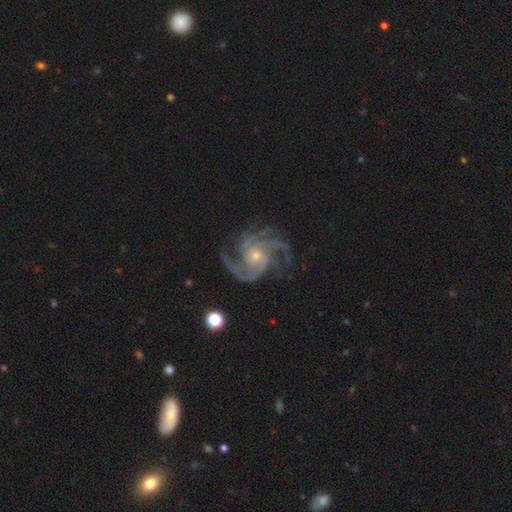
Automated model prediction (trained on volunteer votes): This is clearly a featured or disk galaxy (93%). It is clearly not viewed edge-on (98%). Bar: likely no (70%). Spiral arm pattern: clearly yes (99%). Spiral arm count: marginally 3 (40%). Spiral winding: possibly medium (50%). Central bulge: likely small (62%). Merging: likely none (75%).